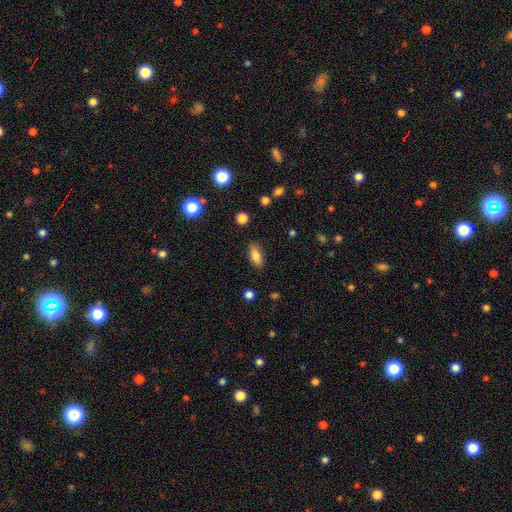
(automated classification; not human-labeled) Smooth or featured? Predicted: smooth (p=0.82). How rounded? Predicted: in between (p=0.83). Merging? Predicted: none (p=0.85).